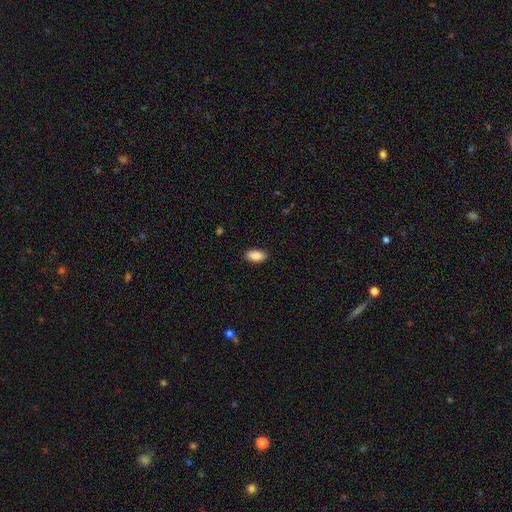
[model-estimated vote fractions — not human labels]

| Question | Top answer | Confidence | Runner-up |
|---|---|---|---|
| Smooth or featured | smooth | 89% | star or artifact (7%) |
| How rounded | in between | 92% | cigar-shaped (5%) |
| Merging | none | 89% | minor disturbance (8%) |